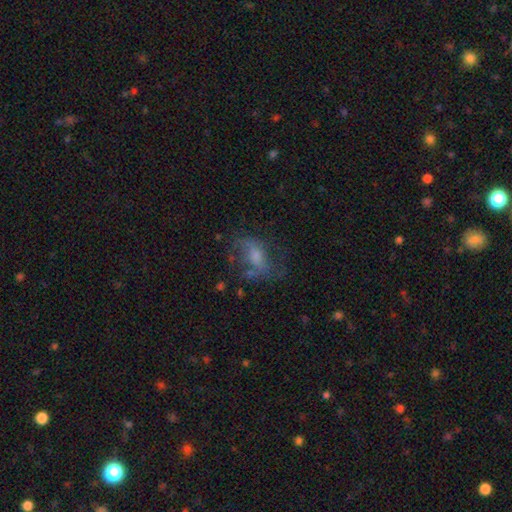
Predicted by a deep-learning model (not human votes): Q: Smooth or featured?
A: featured or disk (51%); runner-up: smooth (36%)
Q: Edge-on disk?
A: no (94%); runner-up: yes (6%)
Q: Merging?
A: none (52%); runner-up: major disturbance (24%)